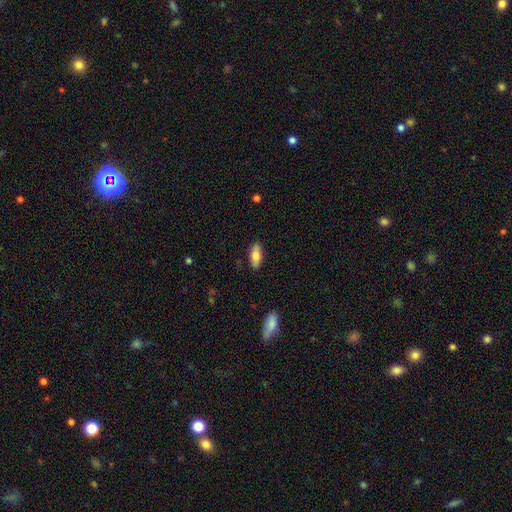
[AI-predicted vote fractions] This appears to be a smooth galaxy with no disk features (78%) that is in between round and cigar-shaped (80%). Merging: none (88%).